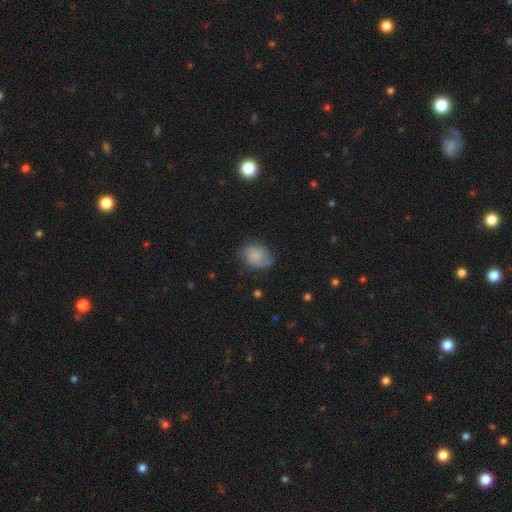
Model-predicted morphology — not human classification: Smooth or featured? smooth (63%)
How rounded? in between (63%)
Merging? none (64%)